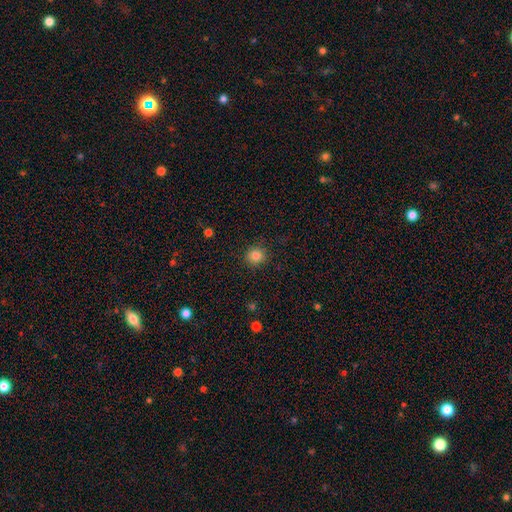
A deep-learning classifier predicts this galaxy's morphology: A smooth galaxy with no disk features (84%) that is round (89%).

Vote fractions:
- Smooth or featured? smooth: 84% / star or artifact: 12% / featured or disk: 5%
- How rounded? round: 89% / in between: 10% / cigar-shaped: 1%
- Merging? none: 89% / minor disturbance: 7% / major disturbance: 2% / merger: 1%